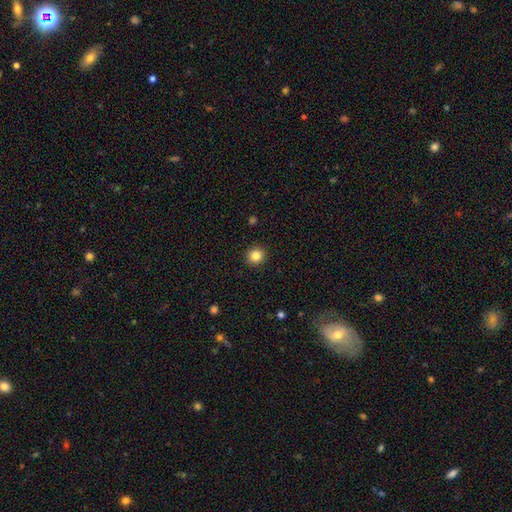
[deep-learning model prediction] This is clearly a smooth galaxy (84%). How rounded: clearly round (89%). Merging: clearly none (92%).